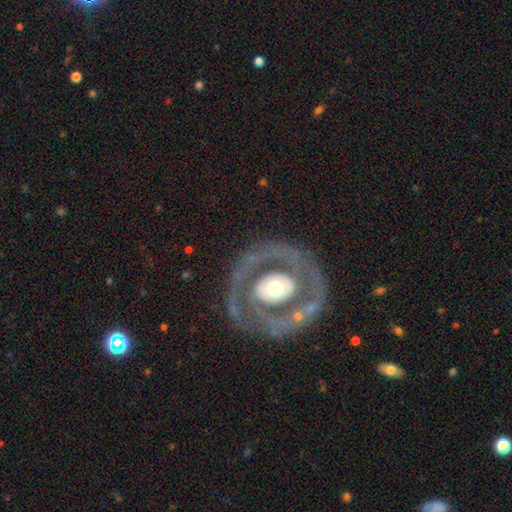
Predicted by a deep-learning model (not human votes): Q: Smooth or featured?
A: featured or disk (74%); runner-up: smooth (20%)
Q: Edge-on disk?
A: no (95%); runner-up: yes (5%)
Q: Bar?
A: no (79%); runner-up: weak (13%)
Q: Spiral arms?
A: no (63%); runner-up: yes (37%)
Q: Bulge size?
A: moderate (57%); runner-up: large (25%)
Q: Merging?
A: none (74%); runner-up: minor disturbance (13%)